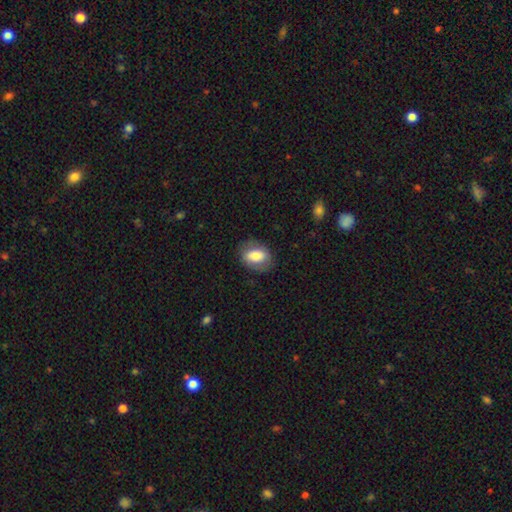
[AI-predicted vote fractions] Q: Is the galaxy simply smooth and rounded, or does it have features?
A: smooth — 72%.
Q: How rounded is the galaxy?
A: in between — 79%.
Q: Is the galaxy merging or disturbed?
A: none — 78%.